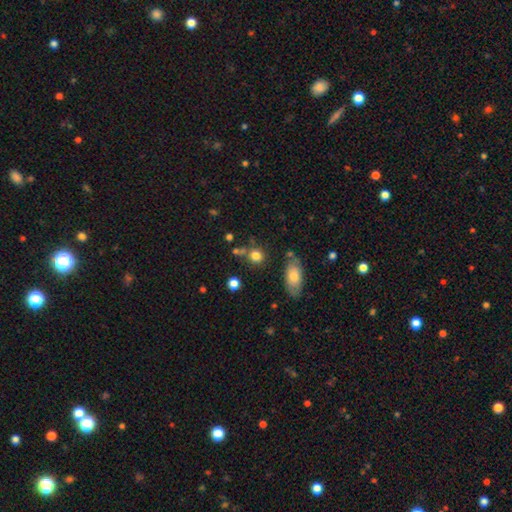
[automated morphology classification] This is likely a smooth galaxy (79%). How rounded: clearly round (84%). Merging: likely none (67%).